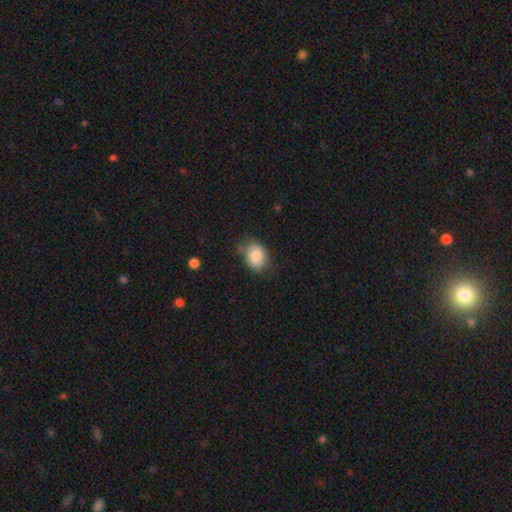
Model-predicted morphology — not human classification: type=smooth (84%); roundness=in between (70%); merging=none (71%).